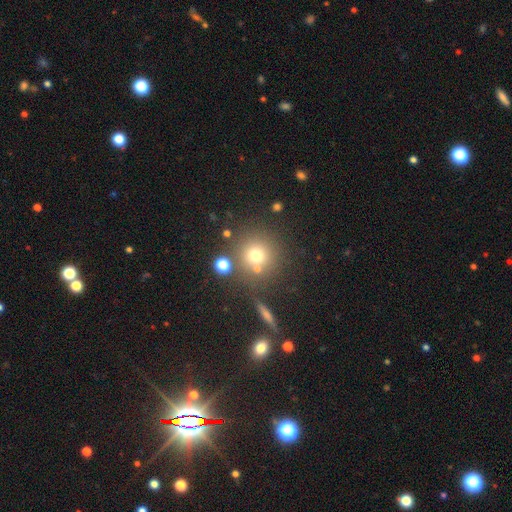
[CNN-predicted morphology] A smooth galaxy with no disk features (70%) that is round (93%). Merging: none (73%).